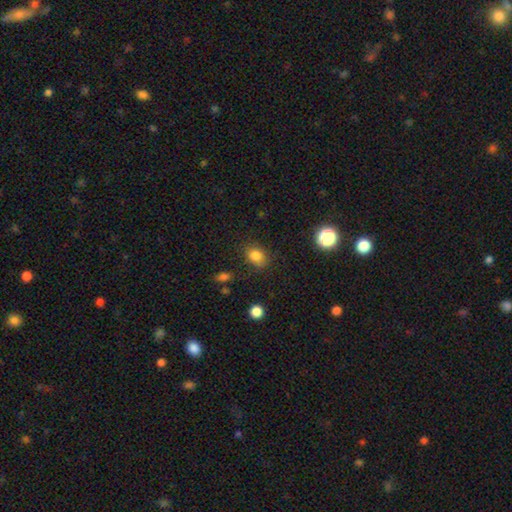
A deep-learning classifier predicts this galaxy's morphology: smooth-or-featured: smooth: 82% | star or artifact: 12% | featured or disk: 6%
  how-rounded: in between: 52% | round: 47% | cigar-shaped: 1%
  merging: none: 76% | minor disturbance: 17% | major disturbance: 5% | merger: 2%